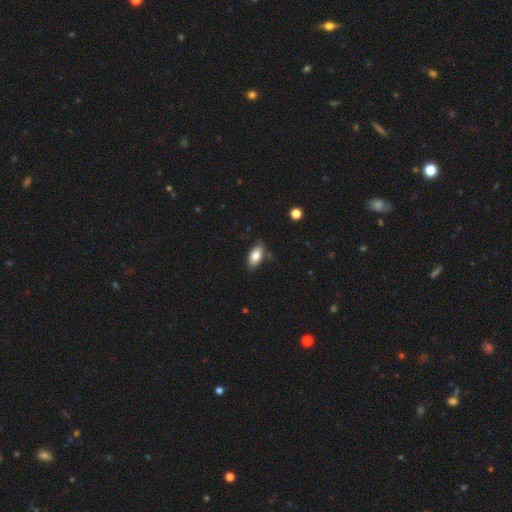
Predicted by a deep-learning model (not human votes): A smooth galaxy with no disk features (81%) that is in between round and cigar-shaped (90%).

Vote fractions:
- Smooth or featured? smooth: 81% / featured or disk: 12% / star or artifact: 7%
- How rounded? in between: 90% / cigar-shaped: 6% / round: 4%
- Merging? none: 75% / minor disturbance: 19% / major disturbance: 4% / merger: 2%